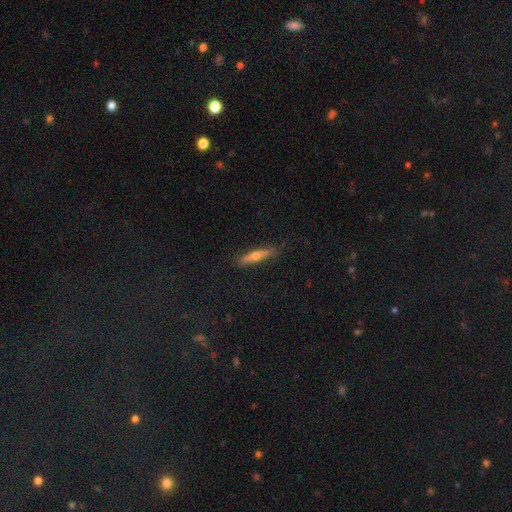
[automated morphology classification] featured or disk 56%, smooth 36%, star or artifact 8%. Down the decision tree: edge-on disk — yes (91%); edge-on bulge — rounded (88%); merging — none (81%).